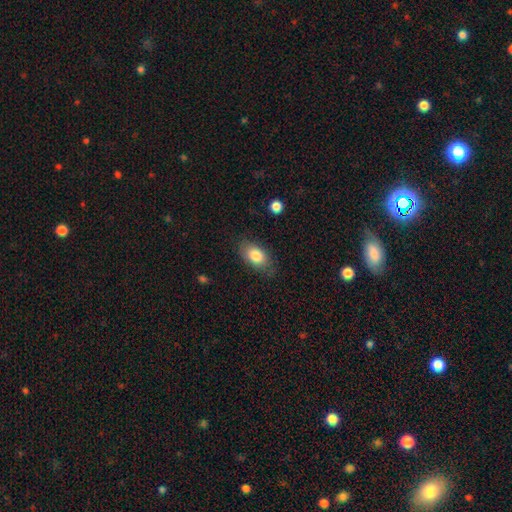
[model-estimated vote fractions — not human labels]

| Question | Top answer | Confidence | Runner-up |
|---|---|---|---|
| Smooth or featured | smooth | 82% | featured or disk (11%) |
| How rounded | in between | 90% | round (8%) |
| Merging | none | 79% | minor disturbance (16%) |